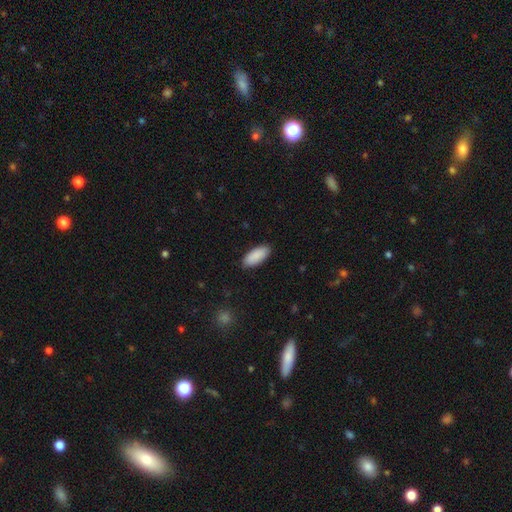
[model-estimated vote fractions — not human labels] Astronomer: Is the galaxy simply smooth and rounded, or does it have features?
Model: smooth — 91%.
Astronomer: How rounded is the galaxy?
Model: in between — 86%.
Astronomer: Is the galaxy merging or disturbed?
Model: none — 89%.